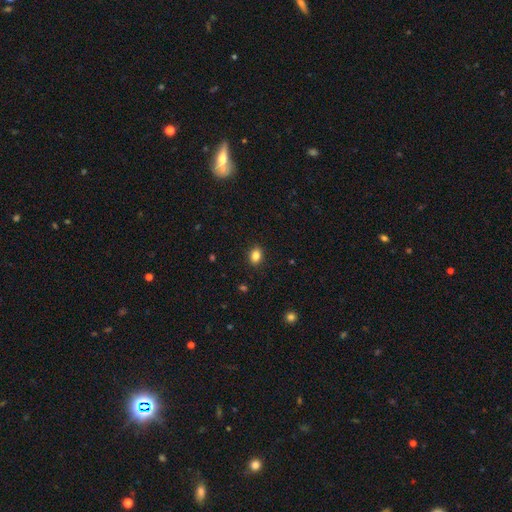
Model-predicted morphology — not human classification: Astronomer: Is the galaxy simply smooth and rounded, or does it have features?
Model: smooth — 85%.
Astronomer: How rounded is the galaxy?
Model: in between — 70%.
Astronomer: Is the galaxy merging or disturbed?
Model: none — 89%.